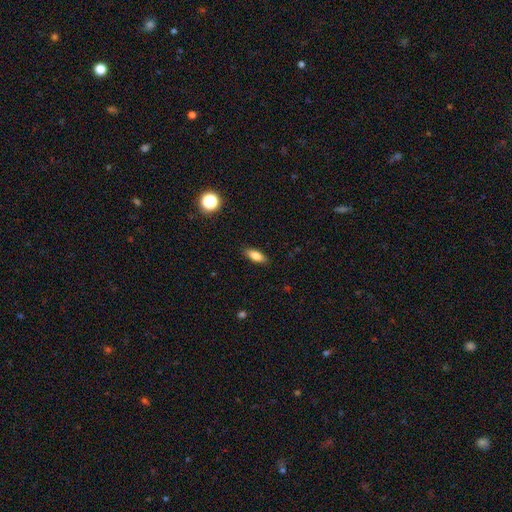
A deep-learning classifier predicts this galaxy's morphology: The model was most divided on "how rounded": in between: 75%, cigar-shaped: 21%, round: 3%. More confident: merging — none (88%); smooth or featured — smooth (81%).